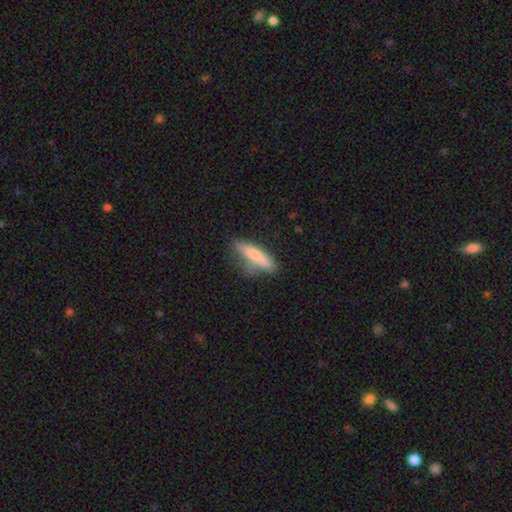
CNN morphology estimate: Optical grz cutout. It shows a smooth galaxy with no disk features (74%) that is cigar-shaped (77%). Merging: none (58%).